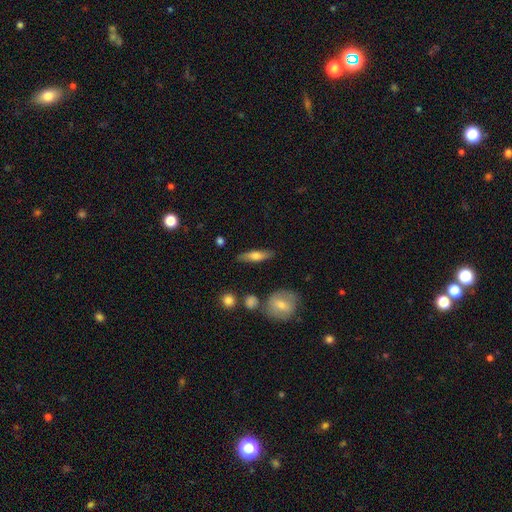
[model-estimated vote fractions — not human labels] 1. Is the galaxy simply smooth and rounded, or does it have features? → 55% smooth, 38% featured or disk, 6% star or artifact.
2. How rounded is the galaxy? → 63% cigar-shaped, 33% in between, 4% round.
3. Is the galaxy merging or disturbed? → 83% none, 11% minor disturbance, 3% merger, 3% major disturbance.